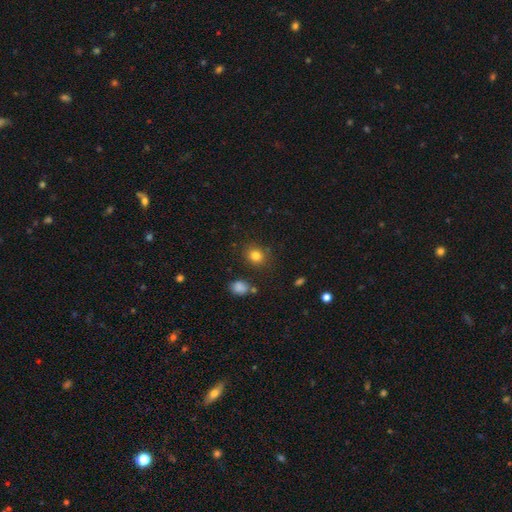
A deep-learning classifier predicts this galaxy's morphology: A smooth galaxy with no disk features (82%) that is round (66%). Merging: none (83%).